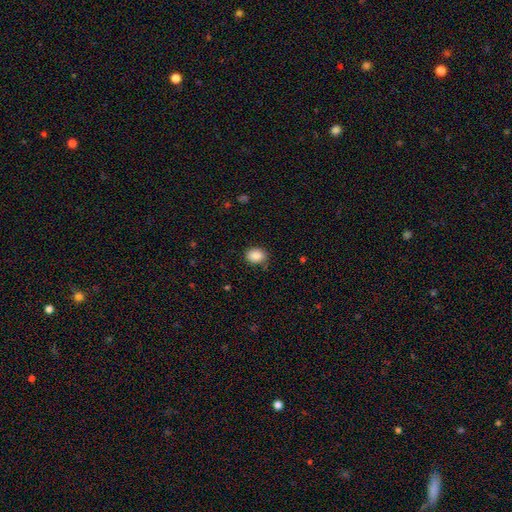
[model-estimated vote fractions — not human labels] smooth-or-featured: smooth: 88% | star or artifact: 8% | featured or disk: 4%
  how-rounded: in between: 58% | round: 41% | cigar-shaped: 1%
  merging: none: 81% | minor disturbance: 14% | major disturbance: 3% | merger: 2%